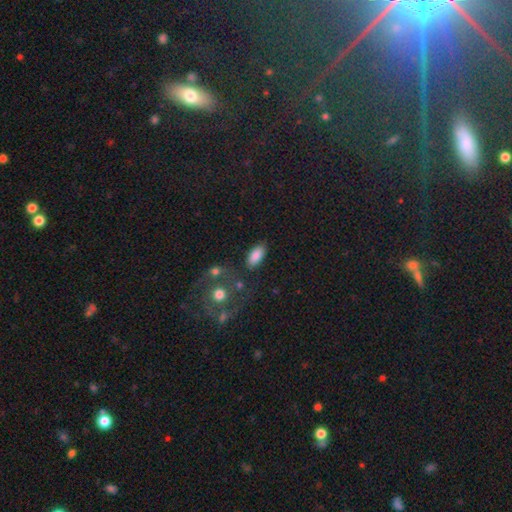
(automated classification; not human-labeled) Smooth or featured? Predicted: smooth (p=0.86). How rounded? Predicted: in between (p=0.90). Merging? Predicted: none (p=0.82).